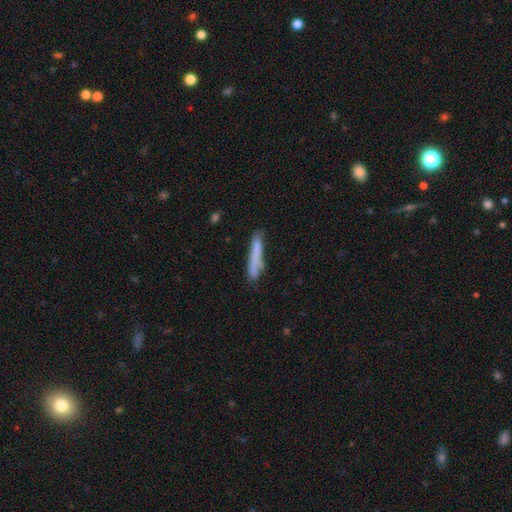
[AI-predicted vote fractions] Smooth or featured: smooth — 71% (featured or disk — 22%)
How rounded: cigar-shaped — 93% (in between — 5%)
Merging: none — 68% (minor disturbance — 21%)